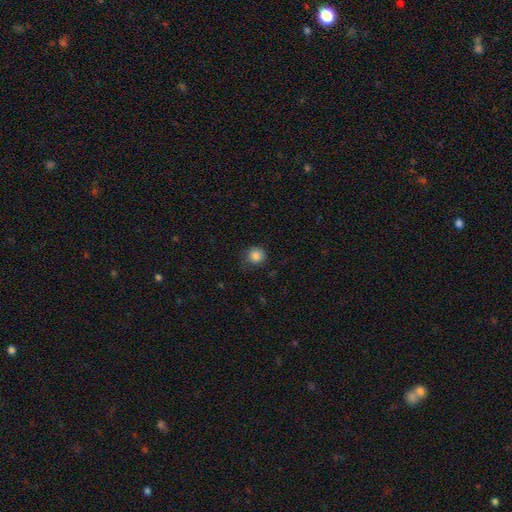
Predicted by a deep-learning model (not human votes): smooth_or_featured: smooth (p=0.85) [alt: star or artifact p=0.10]
how_rounded: round (p=0.90) [alt: in between p=0.09]
merging: none (p=0.75) [alt: minor disturbance p=0.19]